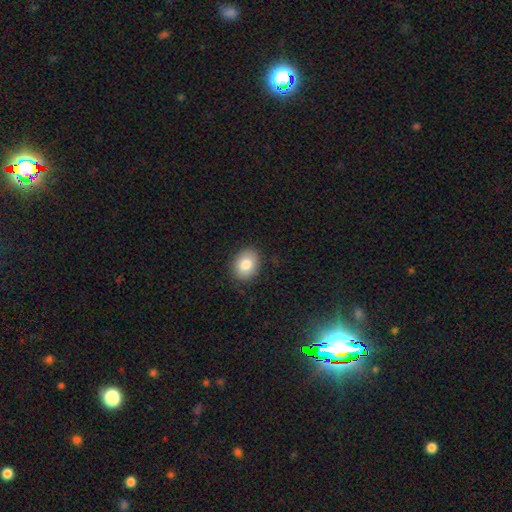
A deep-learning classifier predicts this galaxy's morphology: Smooth or featured?
  - smooth: 56% *
  - star or artifact: 34%
  - featured or disk: 10%
How rounded?
  - round: 53% *
  - in between: 46%
  - cigar-shaped: 1%
Merging?
  - none: 88% *
  - minor disturbance: 8%
  - major disturbance: 2%
  - merger: 1%